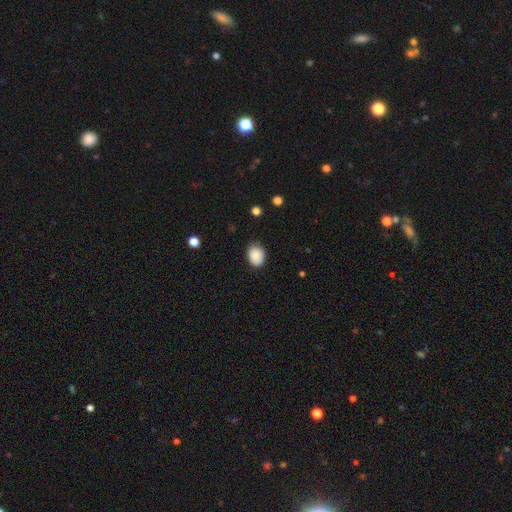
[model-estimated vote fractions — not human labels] A smooth galaxy with no disk features (88%) that is in between round and cigar-shaped (58%). Merging: none (75%).